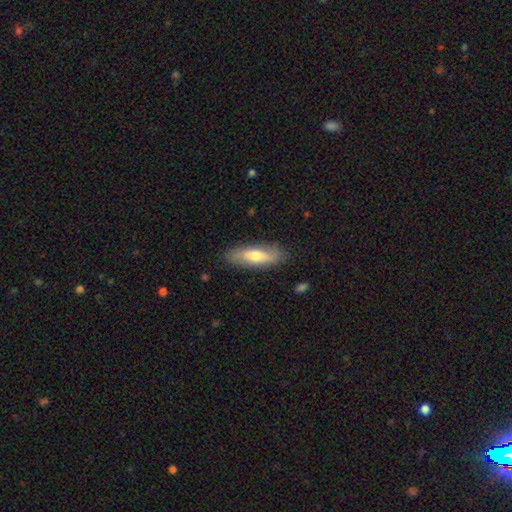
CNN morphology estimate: Smooth or featured?
  - smooth: 59% *
  - featured or disk: 35%
  - star or artifact: 6%
How rounded?
  - in between: 58% *
  - cigar-shaped: 40%
  - round: 3%
Merging?
  - none: 82% *
  - minor disturbance: 14%
  - major disturbance: 3%
  - merger: 1%